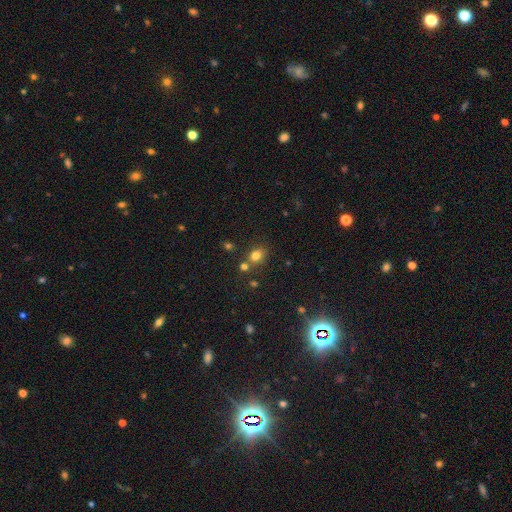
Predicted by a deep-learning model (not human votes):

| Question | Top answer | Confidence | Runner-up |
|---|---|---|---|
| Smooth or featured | smooth | 76% | star or artifact (17%) |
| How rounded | round | 58% | in between (41%) |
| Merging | none | 68% | merger (17%) |